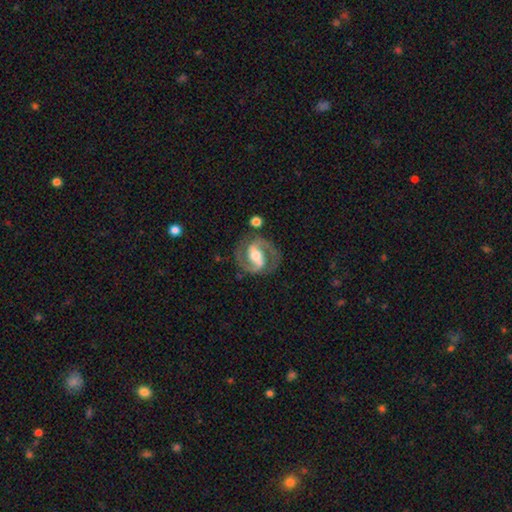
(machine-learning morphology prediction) Smooth or featured? Predicted: featured or disk (p=0.87). Edge-on disk? Predicted: no (p=0.97). Bar? Predicted: strong (p=0.50). Spiral arms? Predicted: yes (p=0.95). Spiral winding? Predicted: medium (p=0.59). Spiral arm count? Predicted: 2 (p=0.92). Bulge size? Predicted: moderate (p=0.60). Merging? Predicted: none (p=0.79).